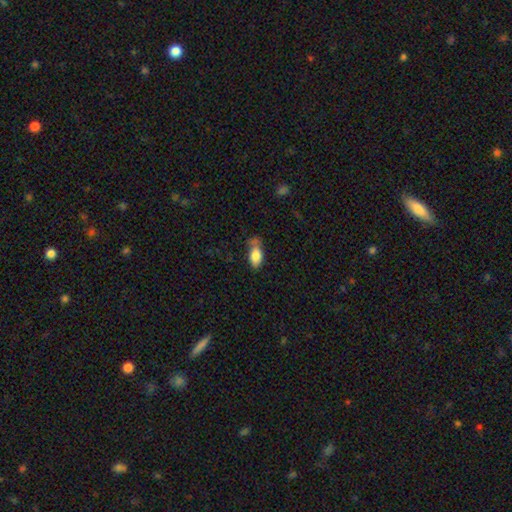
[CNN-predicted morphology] A smooth galaxy with no disk features (82%) that is in between round and cigar-shaped (90%).

Vote fractions:
- Smooth or featured? smooth: 82% / featured or disk: 10% / star or artifact: 8%
- How rounded? in between: 90% / cigar-shaped: 5% / round: 5%
- Merging? none: 44% / minor disturbance: 33% / major disturbance: 13% / merger: 10%